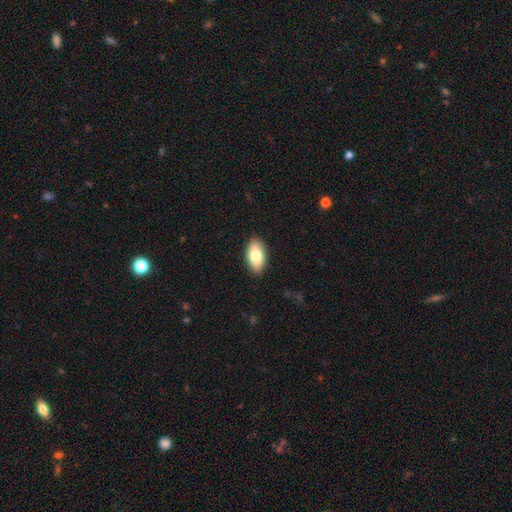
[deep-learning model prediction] smooth_or_featured: smooth (p=0.79) [alt: featured or disk p=0.14]
how_rounded: in between (p=0.93) [alt: round p=0.04]
merging: none (p=0.88) [alt: minor disturbance p=0.09]